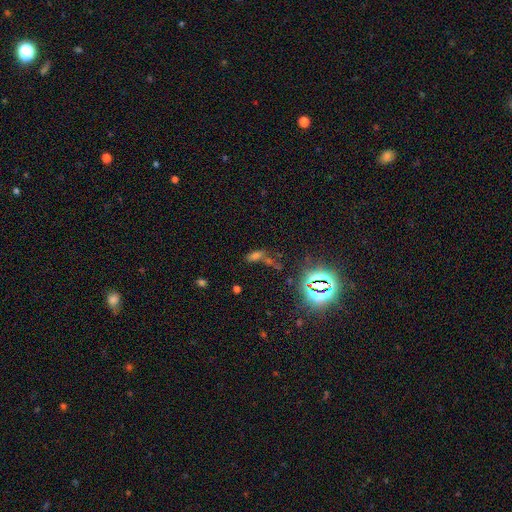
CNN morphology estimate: Smooth or featured: star or artifact — 47% (smooth — 39%)